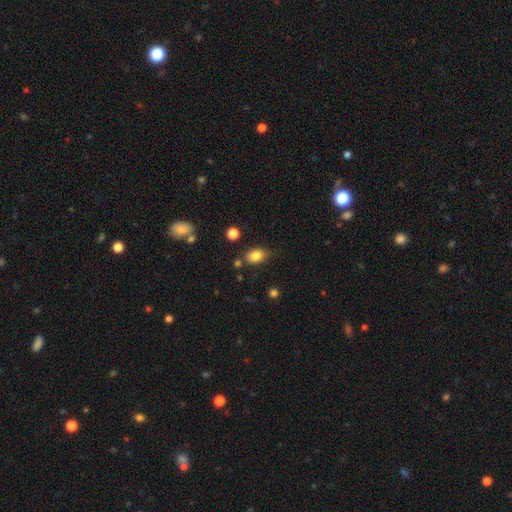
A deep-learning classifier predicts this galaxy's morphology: Smooth or featured: smooth — 82% (star or artifact — 10%)
How rounded: in between — 81% (round — 17%)
Merging: none — 74% (minor disturbance — 16%)